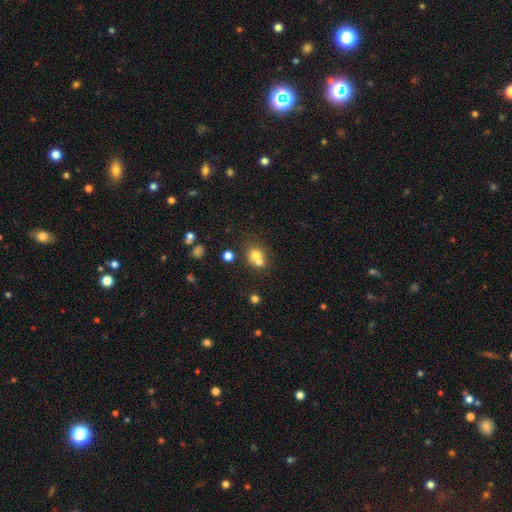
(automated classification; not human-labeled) A smooth galaxy with no disk features (70%) that is round (75%).

Vote fractions:
- Smooth or featured? smooth: 70% / featured or disk: 16% / star or artifact: 14%
- How rounded? round: 75% / in between: 24% / cigar-shaped: 1%
- Merging? merger: 54% / none: 36% / minor disturbance: 7% / major disturbance: 3%